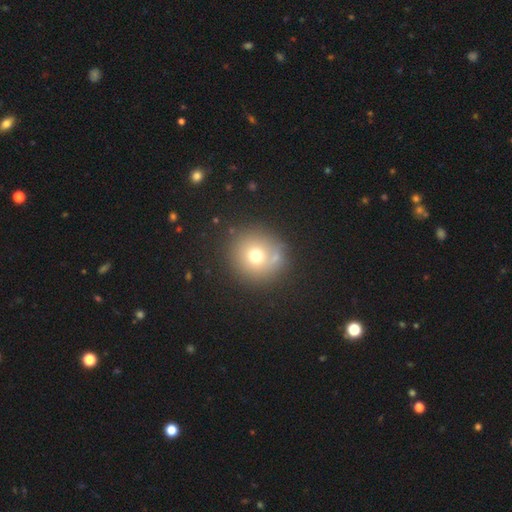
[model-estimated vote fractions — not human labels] This appears to be a smooth galaxy with no disk features (69%) that is round (92%). Merging: none (77%).